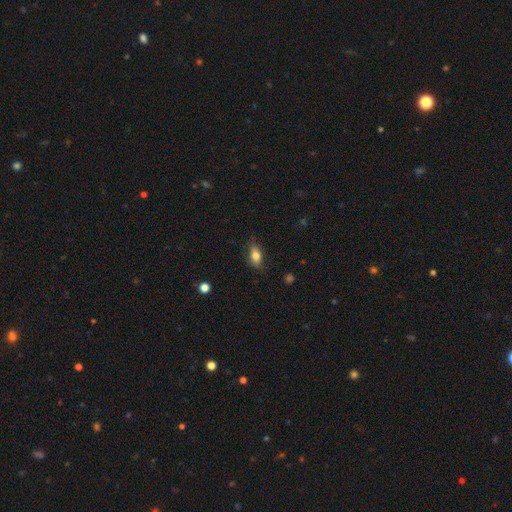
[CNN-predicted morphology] Overall: smooth (77%). How rounded: in between (82%). Merging: none (72%).